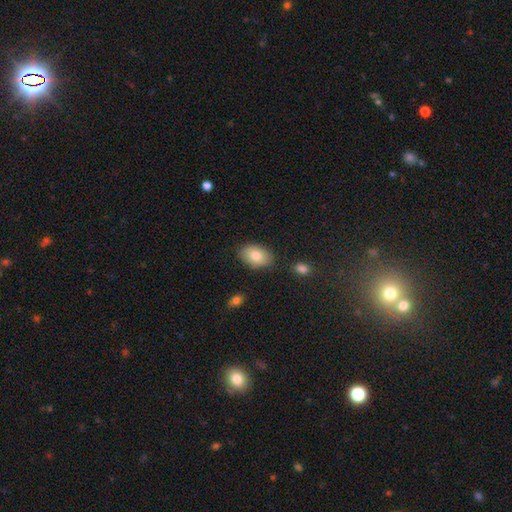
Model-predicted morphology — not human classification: type=smooth (82%); roundness=in between (89%); merging=none (82%).